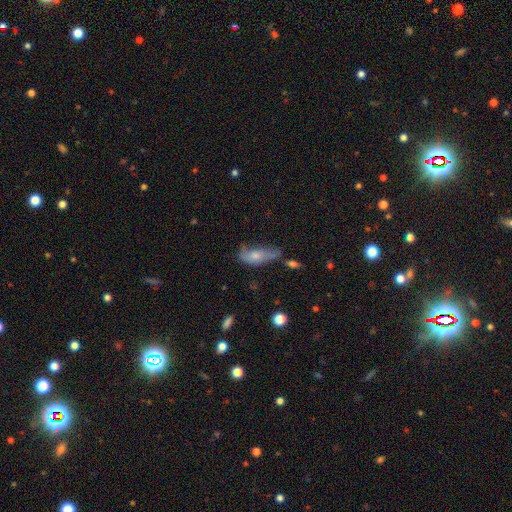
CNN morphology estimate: This is likely a smooth galaxy (62%). How rounded: likely in between (75%). Merging: marginally minor disturbance (33%).